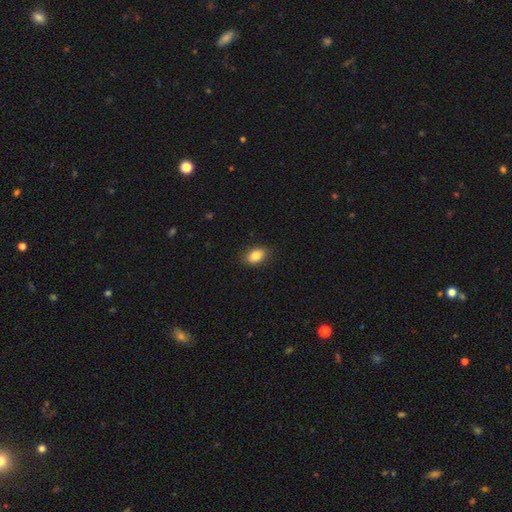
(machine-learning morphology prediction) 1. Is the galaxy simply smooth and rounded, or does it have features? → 84% smooth, 8% star or artifact, 8% featured or disk.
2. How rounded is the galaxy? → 84% in between, 14% round, 2% cigar-shaped.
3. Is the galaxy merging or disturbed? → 86% none, 10% minor disturbance, 2% major disturbance, 1% merger.